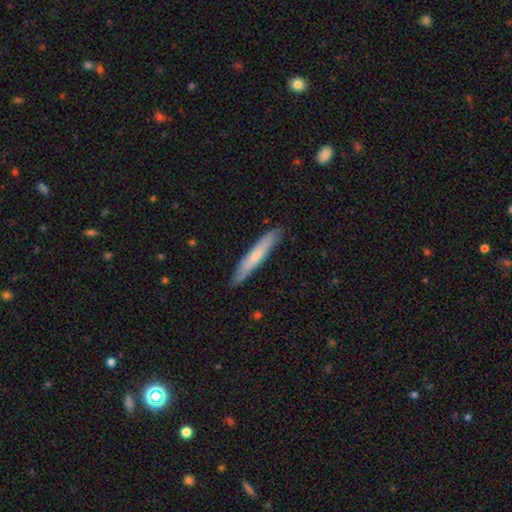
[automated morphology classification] Smooth or featured? smooth (60%)
How rounded? cigar-shaped (94%)
Merging? none (89%)